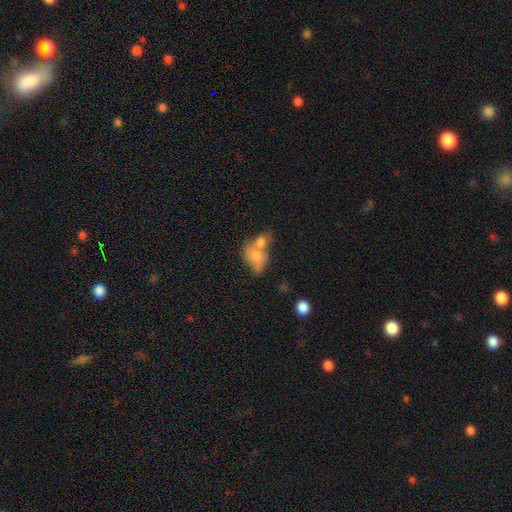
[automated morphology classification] smooth_or_featured: smooth (p=0.68) [alt: featured or disk p=0.23]
how_rounded: in between (p=0.77) [alt: round p=0.21]
merging: merger (p=0.67) [alt: none p=0.15]